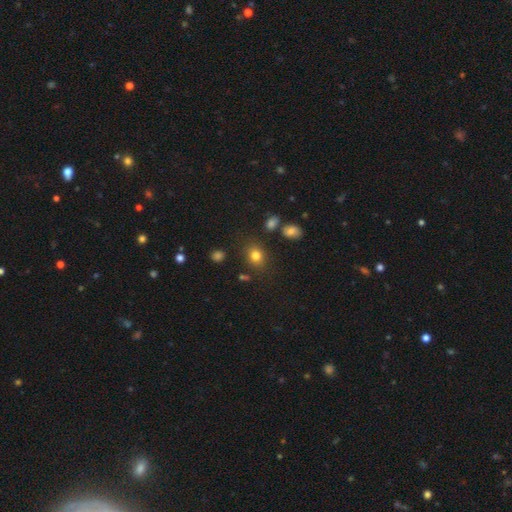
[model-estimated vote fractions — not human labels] This is likely a smooth galaxy (79%). How rounded: possibly round (53%). Merging: likely none (79%).